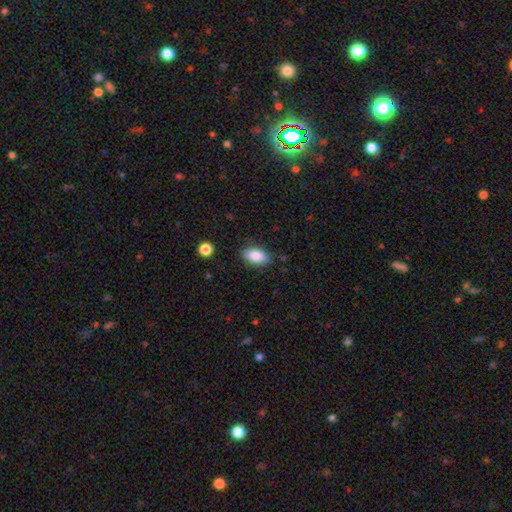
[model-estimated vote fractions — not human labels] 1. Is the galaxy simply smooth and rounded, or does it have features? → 87% smooth, 7% star or artifact, 6% featured or disk.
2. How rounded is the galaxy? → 92% in between, 5% round, 3% cigar-shaped.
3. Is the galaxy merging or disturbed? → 84% none, 12% minor disturbance, 3% major disturbance, 1% merger.